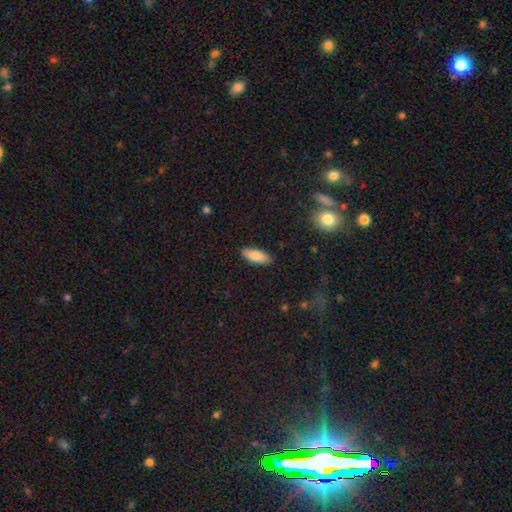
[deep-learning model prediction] Smooth or featured?
  - smooth: 85% *
  - featured or disk: 8%
  - star or artifact: 6%
How rounded?
  - in between: 79% *
  - cigar-shaped: 19%
  - round: 2%
Merging?
  - none: 88% *
  - minor disturbance: 9%
  - major disturbance: 2%
  - merger: 1%